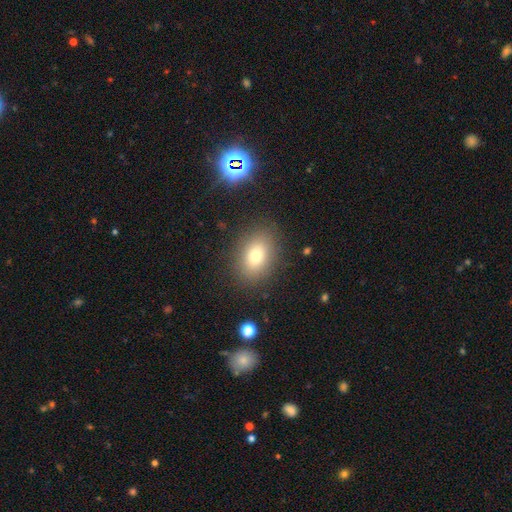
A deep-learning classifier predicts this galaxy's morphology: A smooth galaxy with no disk features (74%) that is in between round and cigar-shaped (73%). Merging: none (86%).